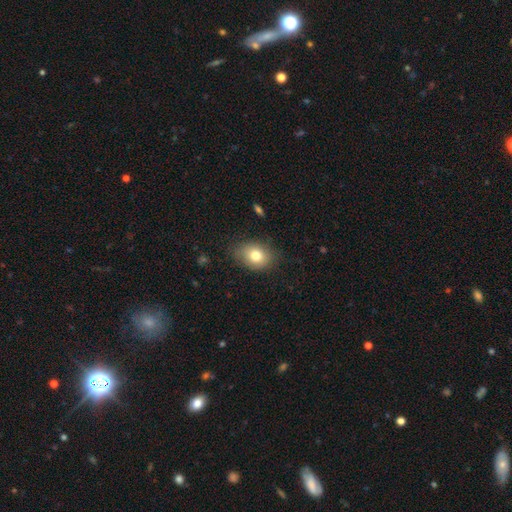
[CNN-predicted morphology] Smooth or featured: smooth — 77% (featured or disk — 13%)
How rounded: in between — 69% (round — 30%)
Merging: none — 78% (minor disturbance — 16%)